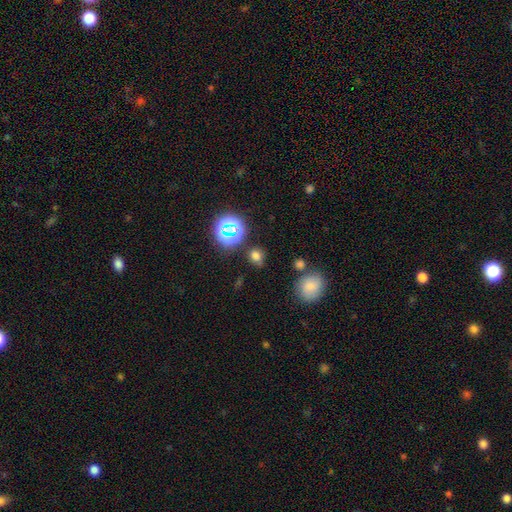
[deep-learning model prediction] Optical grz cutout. It shows a smooth galaxy with no disk features (66%) that is round (64%). Merging: none (73%).